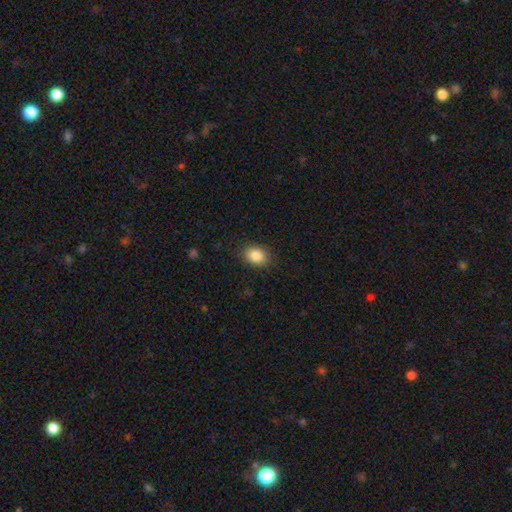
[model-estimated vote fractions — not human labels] smooth 86%, star or artifact 8%, featured or disk 5%. Down the decision tree: how rounded — in between (68%); merging — none (86%).